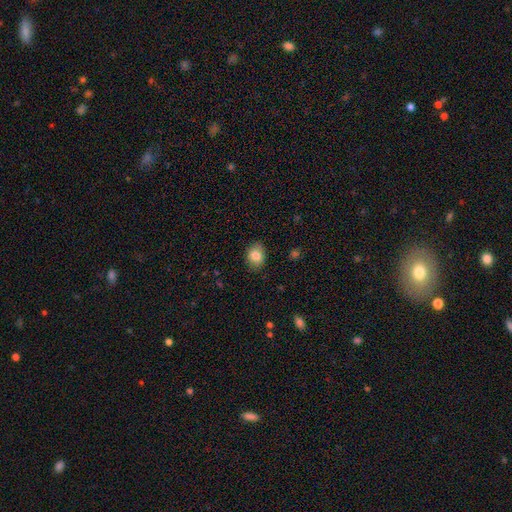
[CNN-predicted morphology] A smooth galaxy with no disk features (83%) that is in between round and cigar-shaped (69%).

Vote fractions:
- Smooth or featured? smooth: 83% / featured or disk: 9% / star or artifact: 8%
- How rounded? in between: 69% / round: 30% / cigar-shaped: 1%
- Merging? none: 84% / minor disturbance: 12% / major disturbance: 3% / merger: 1%